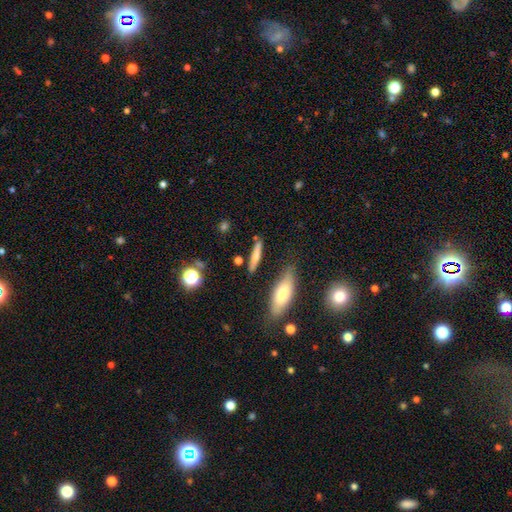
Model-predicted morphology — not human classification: smooth-or-featured: smooth: 62% | featured or disk: 29% | star or artifact: 8%
  how-rounded: cigar-shaped: 83% | in between: 14% | round: 3%
  merging: none: 81% | minor disturbance: 11% | merger: 5% | major disturbance: 3%